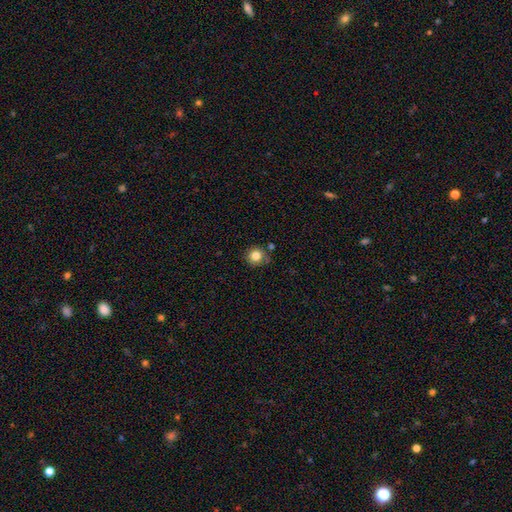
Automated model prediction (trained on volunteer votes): A smooth galaxy with no disk features (82%) that is round (93%).

Vote fractions:
- Smooth or featured? smooth: 82% / star or artifact: 11% / featured or disk: 7%
- How rounded? round: 93% / in between: 6% / cigar-shaped: 1%
- Merging? none: 79% / minor disturbance: 12% / merger: 6% / major disturbance: 3%